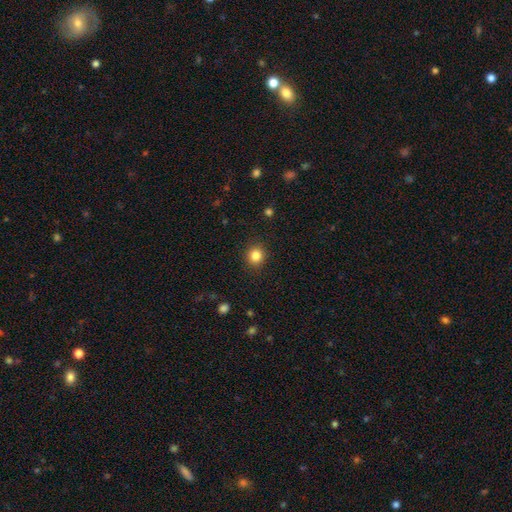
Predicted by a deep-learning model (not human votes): Smooth or featured?
  - smooth: 84% *
  - star or artifact: 12%
  - featured or disk: 5%
How rounded?
  - round: 89% *
  - in between: 10%
  - cigar-shaped: 1%
Merging?
  - none: 91% *
  - minor disturbance: 6%
  - major disturbance: 2%
  - merger: 1%